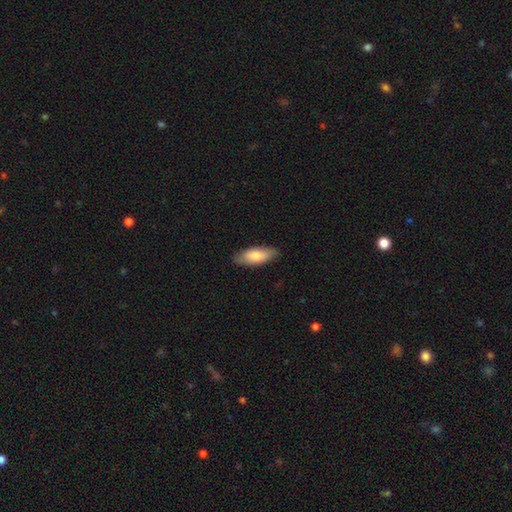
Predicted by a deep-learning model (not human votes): smooth-or-featured: smooth: 81% | featured or disk: 14% | star or artifact: 5%
  how-rounded: in between: 77% | cigar-shaped: 21% | round: 2%
  merging: none: 86% | minor disturbance: 11% | major disturbance: 2% | merger: 1%